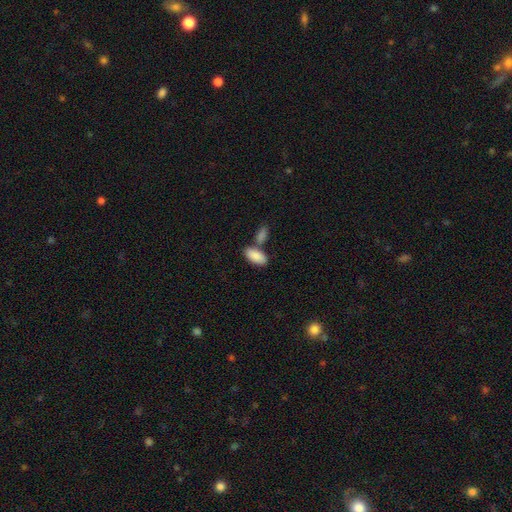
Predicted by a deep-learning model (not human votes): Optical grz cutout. It shows a smooth galaxy with no disk features (89%) that is in between round and cigar-shaped (93%). Merging: none (57%).